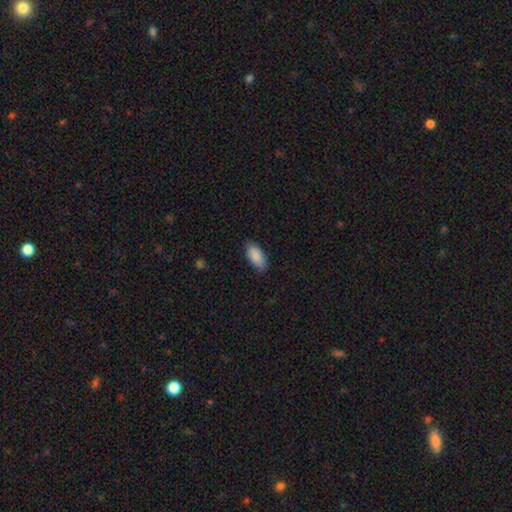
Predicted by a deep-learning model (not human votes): smooth-or-featured: smooth: 90% | star or artifact: 6% | featured or disk: 4%
  how-rounded: in between: 92% | cigar-shaped: 6% | round: 2%
  merging: none: 81% | minor disturbance: 15% | major disturbance: 3% | merger: 1%